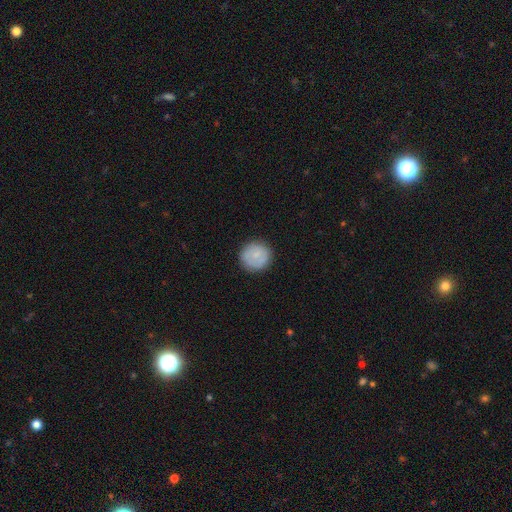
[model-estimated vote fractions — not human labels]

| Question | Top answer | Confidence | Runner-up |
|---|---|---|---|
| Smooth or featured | smooth | 74% | featured or disk (19%) |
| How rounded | round | 93% | in between (6%) |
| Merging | none | 86% | minor disturbance (10%) |